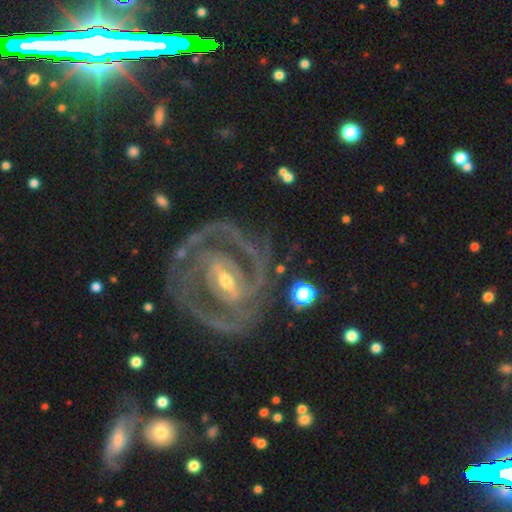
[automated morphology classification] Q: Smooth or featured?
A: featured or disk (88%); runner-up: smooth (6%)
Q: Edge-on disk?
A: no (96%); runner-up: yes (4%)
Q: Bar?
A: strong (55%); runner-up: weak (28%)
Q: Spiral arms?
A: yes (87%); runner-up: no (13%)
Q: Spiral winding?
A: tight (58%); runner-up: medium (33%)
Q: Spiral arm count?
A: 2 (67%); runner-up: can't tell (13%)
Q: Bulge size?
A: small (62%); runner-up: moderate (33%)
Q: Merging?
A: none (74%); runner-up: minor disturbance (14%)